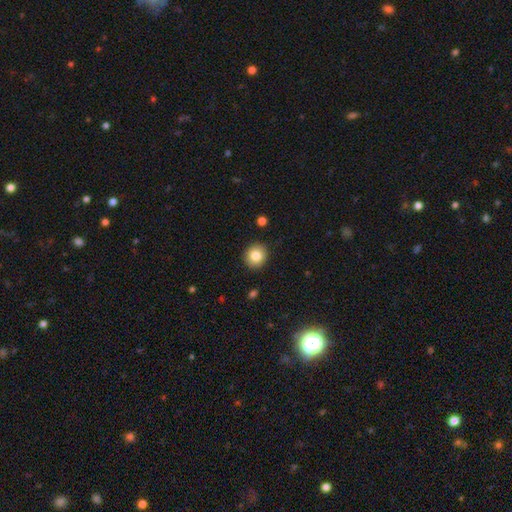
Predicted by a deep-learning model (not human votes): Smooth or featured?
  - smooth: 82% *
  - star or artifact: 9%
  - featured or disk: 8%
How rounded?
  - round: 87% *
  - in between: 13%
  - cigar-shaped: 1%
Merging?
  - none: 90% *
  - minor disturbance: 7%
  - major disturbance: 2%
  - merger: 1%